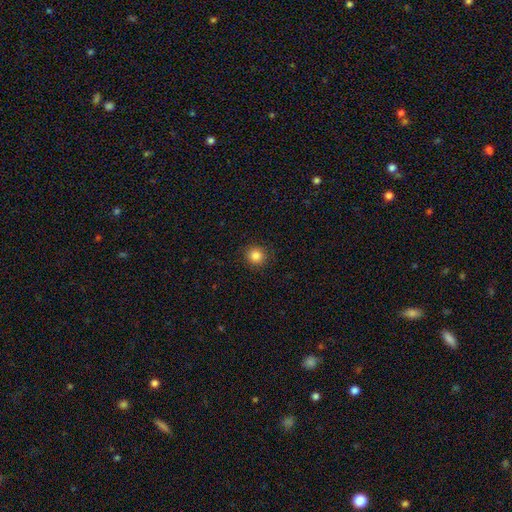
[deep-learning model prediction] Smooth or featured?
  - smooth: 85% *
  - star or artifact: 10%
  - featured or disk: 4%
How rounded?
  - round: 92% *
  - in between: 7%
  - cigar-shaped: 1%
Merging?
  - none: 90% *
  - minor disturbance: 7%
  - major disturbance: 2%
  - merger: 1%